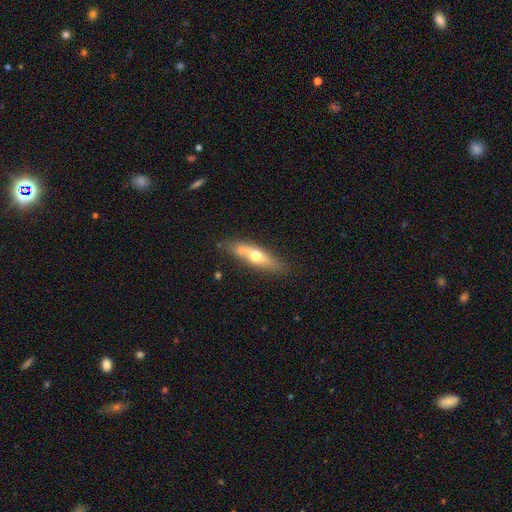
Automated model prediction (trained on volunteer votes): Smooth or featured? featured or disk (50%)
Edge-on disk? yes (72%)
Merging? none (76%)